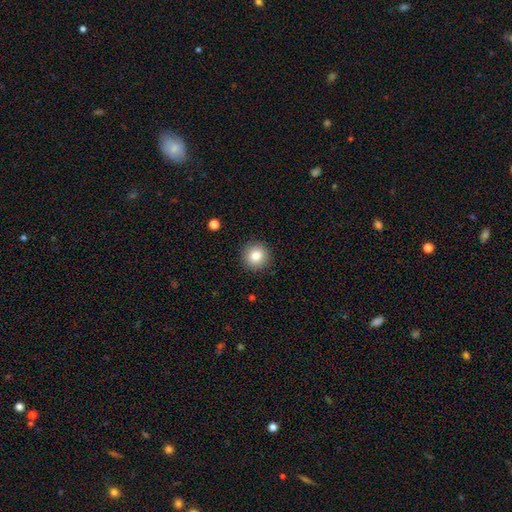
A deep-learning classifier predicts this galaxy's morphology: This appears to be a smooth galaxy with no disk features (82%) that is round (94%). Merging: none (91%).